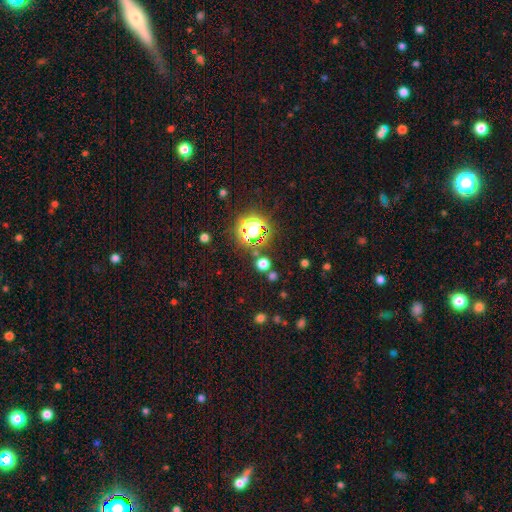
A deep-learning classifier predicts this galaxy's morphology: This appears to be a star or artifact, not a galaxy (78%).